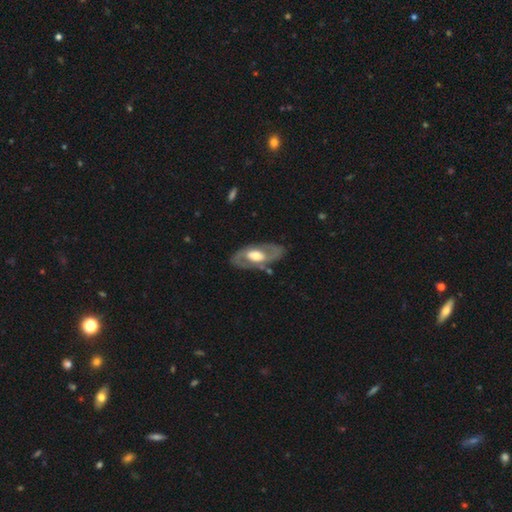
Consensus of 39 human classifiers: Smooth or featured: featured or disk — 64% (smooth — 33%)
Edge-on disk: no — 76% (yes — 24%)
Bar: no — 53% (weak — 26%)
Spiral arms: no — 84% (yes — 16%)
Bulge size: moderate — 63% (large — 32%)
Merging: none — 84% (minor disturbance — 13%)